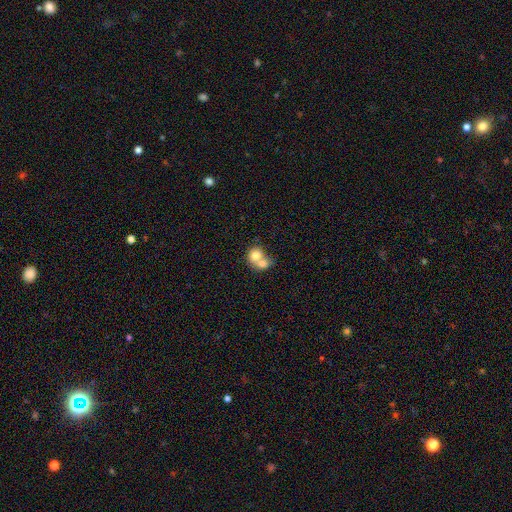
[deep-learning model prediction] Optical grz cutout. It shows a smooth galaxy with no disk features (73%) that is round (67%). Merging: merger (73%).